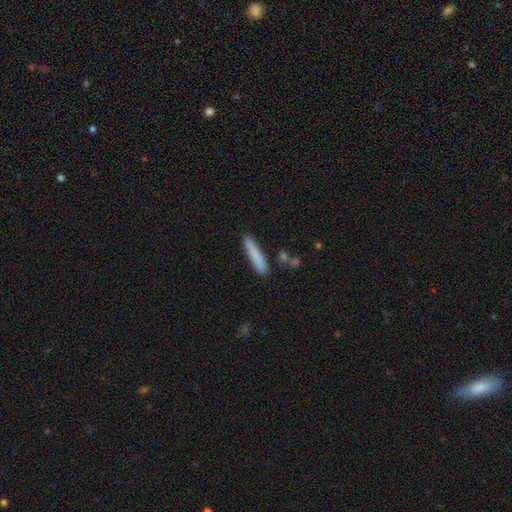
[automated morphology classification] A smooth galaxy with no disk features (82%) that is cigar-shaped (91%). Merging: none (84%).